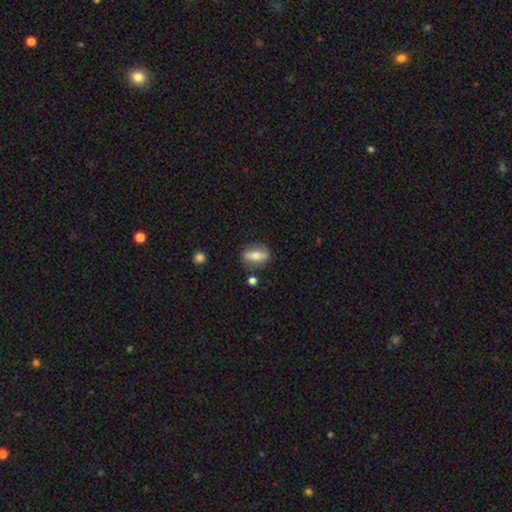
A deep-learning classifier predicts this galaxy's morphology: This appears to be a smooth galaxy with no disk features (57%) that is in between round and cigar-shaped (67%). Merging: none (77%).